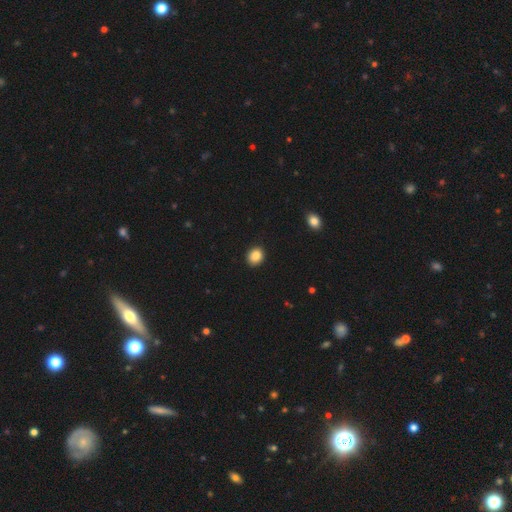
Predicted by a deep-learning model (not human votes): smooth-or-featured: smooth: 87% | star or artifact: 9% | featured or disk: 4%
  how-rounded: round: 64% | in between: 35% | cigar-shaped: 1%
  merging: none: 90% | minor disturbance: 7% | major disturbance: 2% | merger: 1%